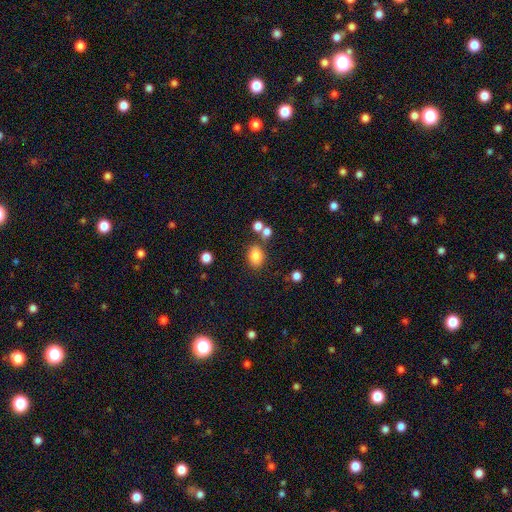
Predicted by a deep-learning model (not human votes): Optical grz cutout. It shows a smooth galaxy with no disk features (83%) that is in between round and cigar-shaped (70%). Merging: none (73%).